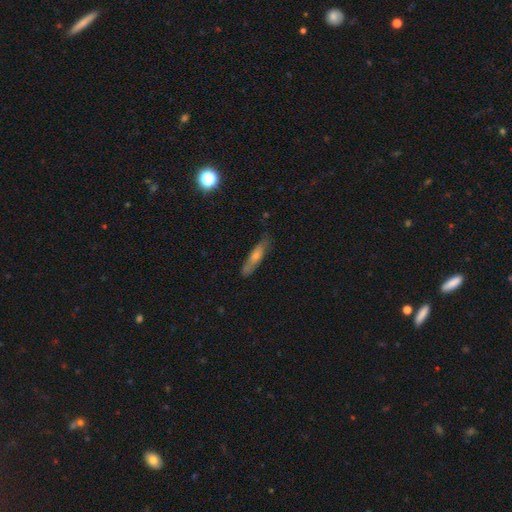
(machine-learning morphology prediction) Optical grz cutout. It shows a featured or disk galaxy (46%). Merging: none (76%).